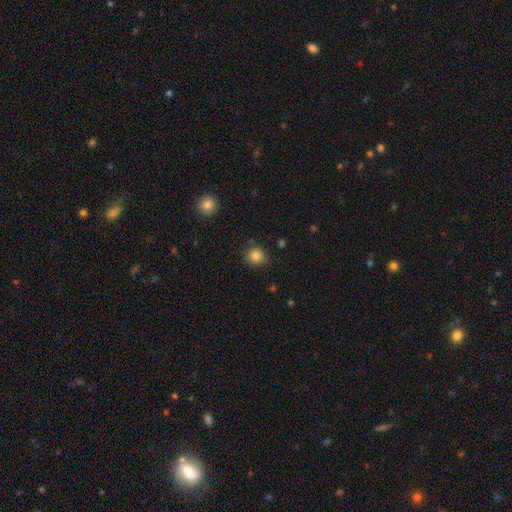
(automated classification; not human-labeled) smooth-or-featured: smooth: 84% | star or artifact: 11% | featured or disk: 5%
  how-rounded: round: 84% | in between: 15% | cigar-shaped: 1%
  merging: none: 82% | minor disturbance: 13% | major disturbance: 3% | merger: 3%